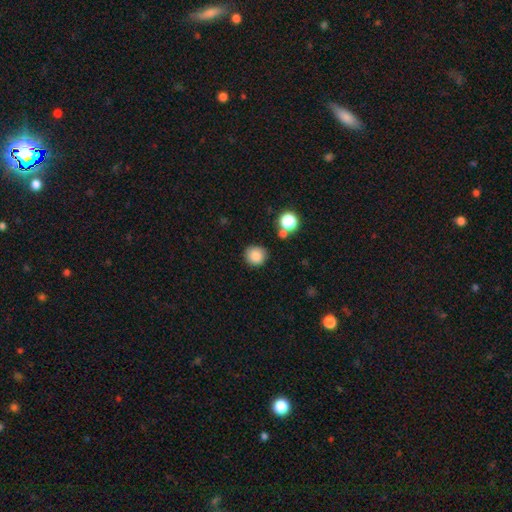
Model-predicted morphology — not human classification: Smooth or featured? smooth (85%)
How rounded? round (92%)
Merging? none (84%)